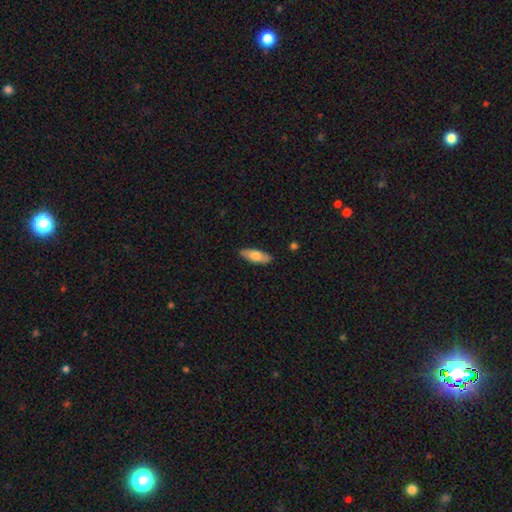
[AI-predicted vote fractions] Overall: smooth (74%). How rounded: in between (69%; cigar-shaped 29%). Merging: none (87%).